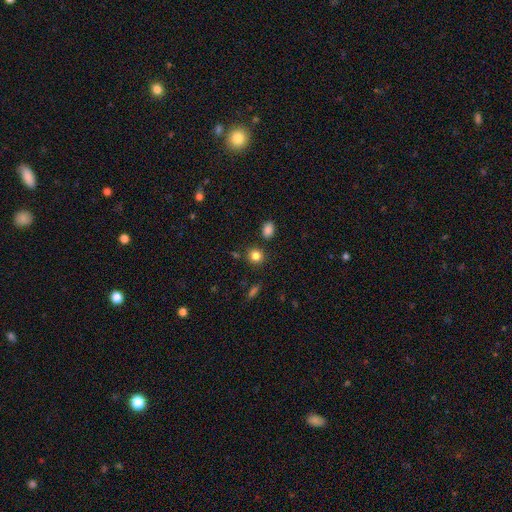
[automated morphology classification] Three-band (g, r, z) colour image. It shows a smooth galaxy with no disk features (84%) that is round (84%). Merging: none (84%).